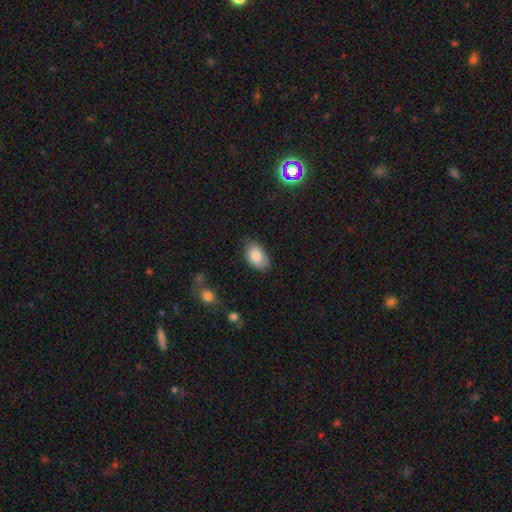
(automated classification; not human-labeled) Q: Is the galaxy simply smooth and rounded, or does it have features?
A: smooth — 83%.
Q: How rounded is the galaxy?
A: in between — 92%.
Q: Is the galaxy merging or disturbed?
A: none — 73%.